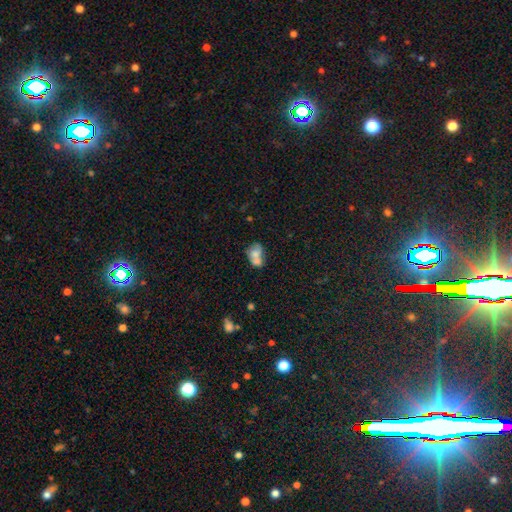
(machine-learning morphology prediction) smooth_or_featured: smooth (p=0.66) [alt: featured or disk p=0.24]
how_rounded: in between (p=0.72) [alt: round p=0.27]
merging: merger (p=0.56) [alt: none p=0.24]